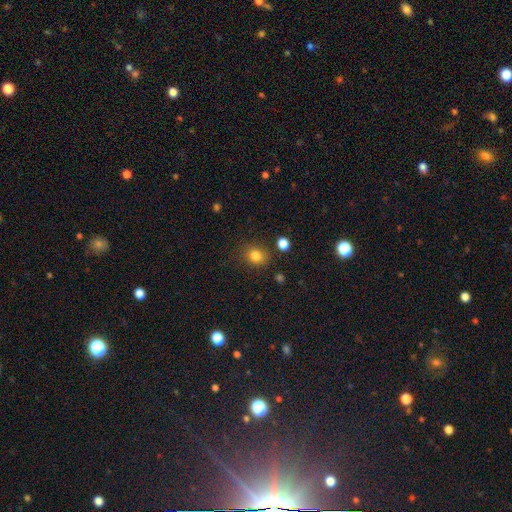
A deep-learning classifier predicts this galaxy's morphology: Smooth or featured? smooth (82%)
How rounded? round (70%)
Merging? none (83%)